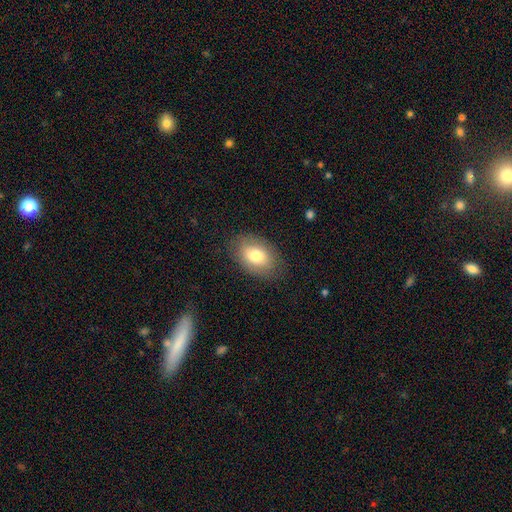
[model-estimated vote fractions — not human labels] Smooth or featured: smooth — 77% (featured or disk — 15%)
How rounded: in between — 84% (round — 15%)
Merging: none — 83% (minor disturbance — 12%)